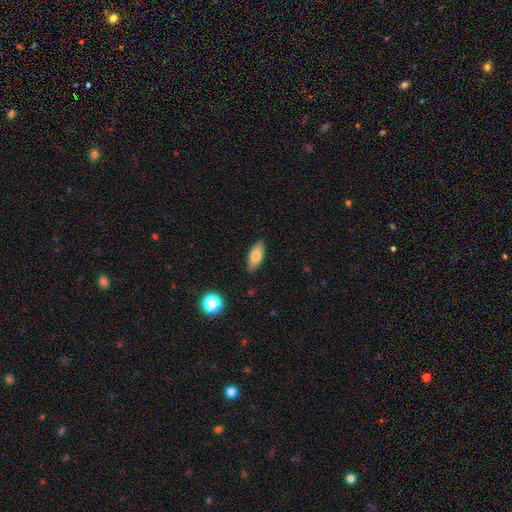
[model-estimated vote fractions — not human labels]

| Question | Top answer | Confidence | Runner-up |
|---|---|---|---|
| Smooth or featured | smooth | 74% | featured or disk (19%) |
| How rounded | in between | 79% | cigar-shaped (18%) |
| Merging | none | 85% | minor disturbance (11%) |